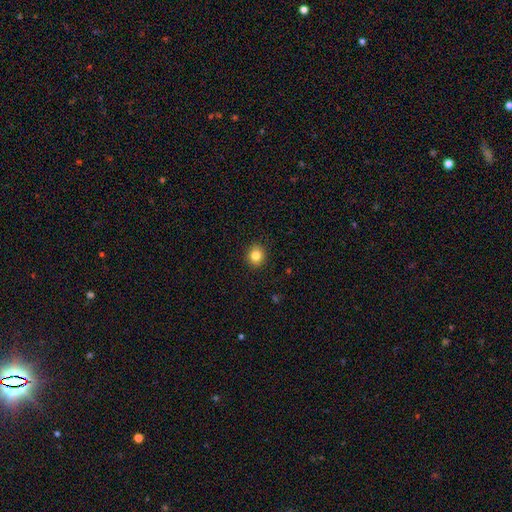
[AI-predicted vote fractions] The model was most divided on "how rounded": round: 84%, in between: 15%, cigar-shaped: 1%. More confident: merging — none (91%); smooth or featured — smooth (82%).